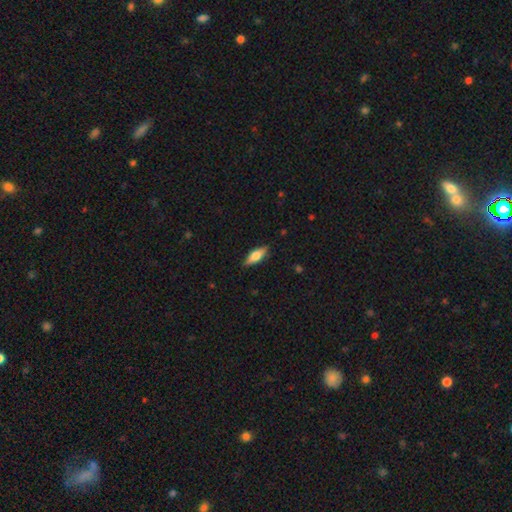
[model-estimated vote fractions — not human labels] Smooth or featured? Predicted: smooth (p=0.59). How rounded? Predicted: in between (p=0.65). Merging? Predicted: none (p=0.87).